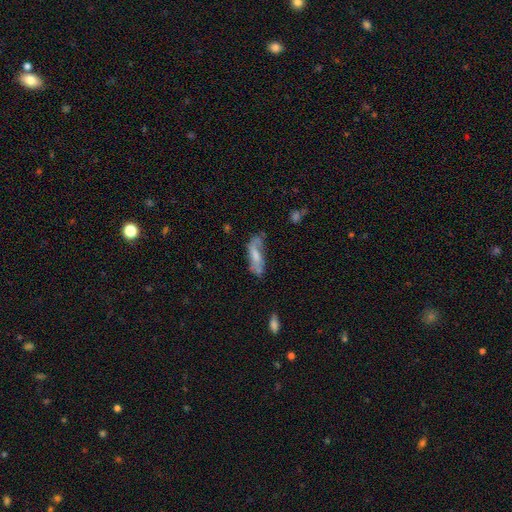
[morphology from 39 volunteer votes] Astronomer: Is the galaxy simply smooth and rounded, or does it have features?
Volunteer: smooth — 56% (runner-up: featured or disk, 33%).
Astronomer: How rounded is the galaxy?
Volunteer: cigar-shaped — 68%.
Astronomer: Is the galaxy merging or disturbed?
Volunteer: none — 43% (runner-up: major disturbance, 40%).